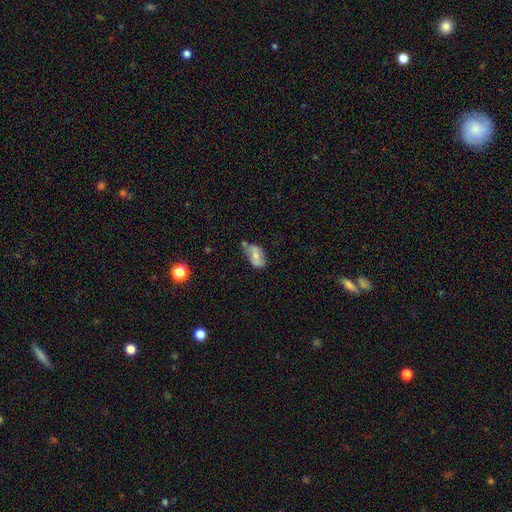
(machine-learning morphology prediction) Smooth or featured? smooth (52%)
How rounded? in between (90%)
Merging? none (53%)